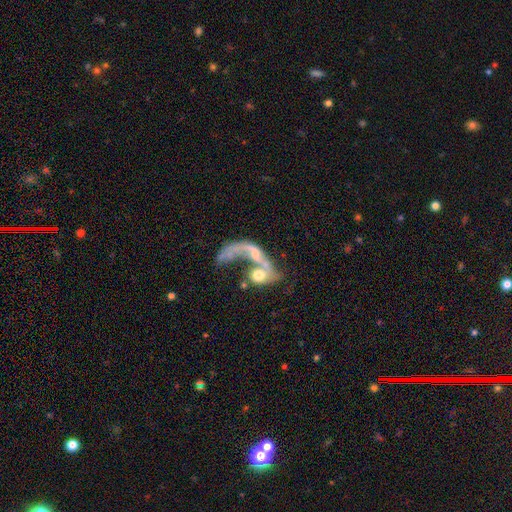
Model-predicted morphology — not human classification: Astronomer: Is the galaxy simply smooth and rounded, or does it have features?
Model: featured or disk — 64%.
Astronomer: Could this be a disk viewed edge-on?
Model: no — 93%.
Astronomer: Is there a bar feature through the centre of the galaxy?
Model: no — 73%.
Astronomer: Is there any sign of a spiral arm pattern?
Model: yes — 53% (runner-up: no, 47%).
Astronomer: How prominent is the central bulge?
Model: moderate — 41% (runner-up: small, 29%).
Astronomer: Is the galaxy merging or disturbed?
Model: merger — 59%.